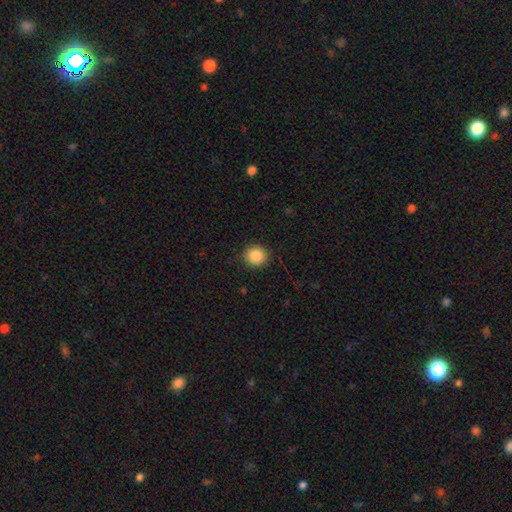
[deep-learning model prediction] A smooth galaxy with no disk features (87%) that is round (92%). Merging: none (90%).